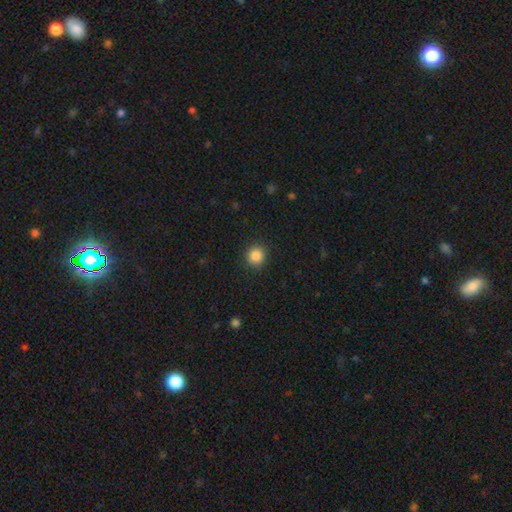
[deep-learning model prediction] smooth 86%, star or artifact 10%, featured or disk 4%. Down the decision tree: how rounded — round (91%); merging — none (90%).